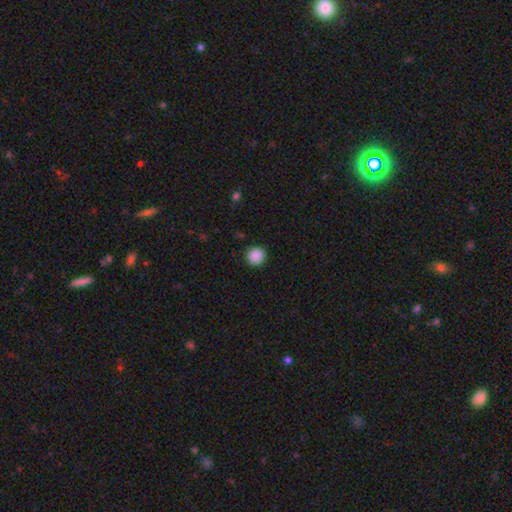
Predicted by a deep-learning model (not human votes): The model was most divided on "smooth or featured": smooth: 89%, star or artifact: 9%, featured or disk: 2%. More confident: how rounded — round (94%); merging — none (92%).